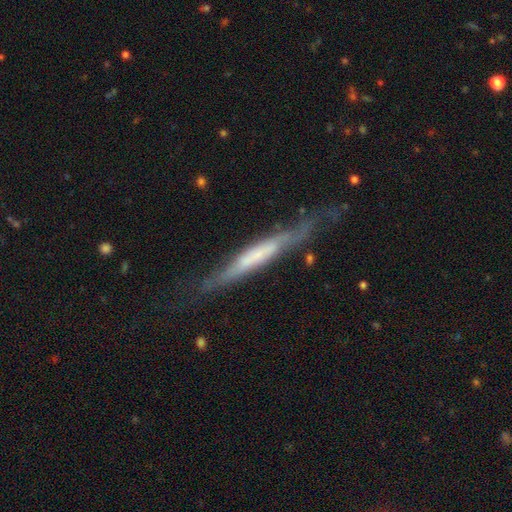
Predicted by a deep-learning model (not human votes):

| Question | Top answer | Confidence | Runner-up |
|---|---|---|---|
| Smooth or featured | featured or disk | 65% | smooth (29%) |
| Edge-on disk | yes | 83% | no (17%) |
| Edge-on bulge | none | 57% | boxy (23%) |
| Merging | none | 60% | minor disturbance (25%) |